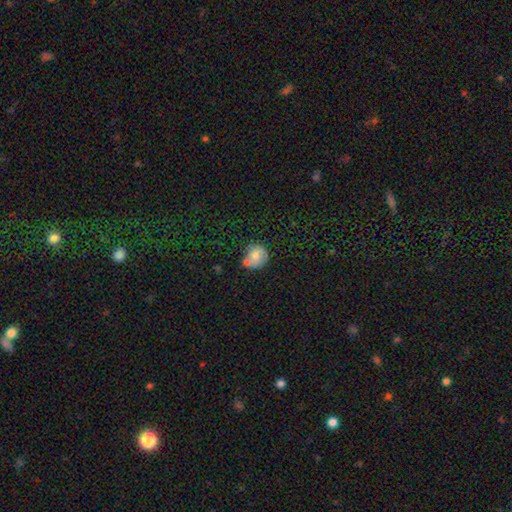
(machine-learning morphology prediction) type=smooth (71%); roundness=round (79%); merging=none (54%).